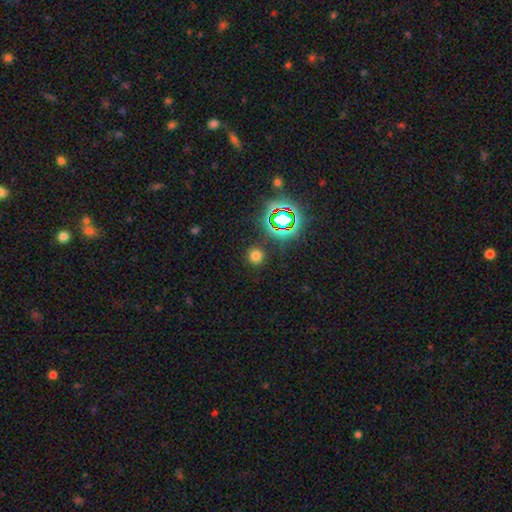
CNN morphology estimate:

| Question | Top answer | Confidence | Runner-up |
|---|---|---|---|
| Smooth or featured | smooth | 70% | star or artifact (24%) |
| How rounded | round | 92% | in between (7%) |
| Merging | none | 89% | minor disturbance (6%) |